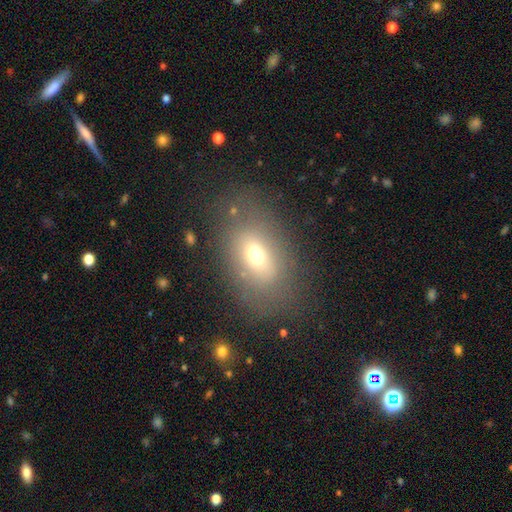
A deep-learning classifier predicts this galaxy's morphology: Smooth or featured? Predicted: smooth (p=0.63). How rounded? Predicted: in between (p=0.79). Merging? Predicted: none (p=0.69).